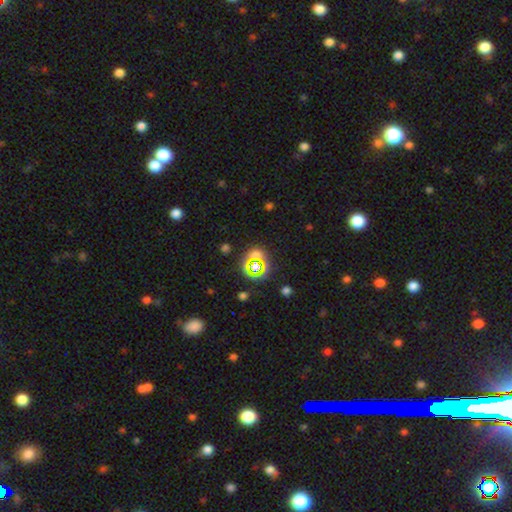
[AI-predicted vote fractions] Morphology: type=star or artifact (56%).